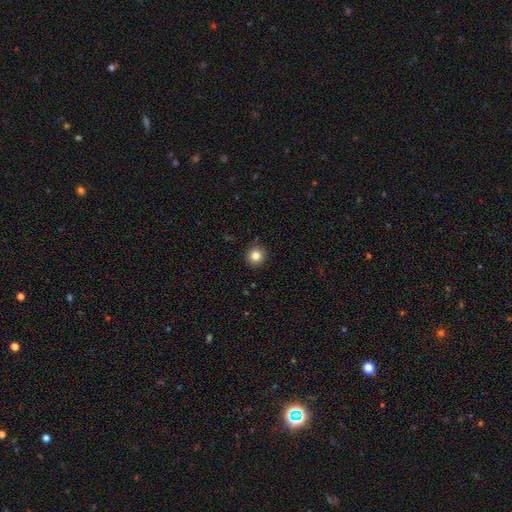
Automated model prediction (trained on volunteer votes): smooth_or_featured: smooth (p=0.83) [alt: star or artifact p=0.11]
how_rounded: round (p=0.94) [alt: in between p=0.05]
merging: none (p=0.91) [alt: minor disturbance p=0.06]